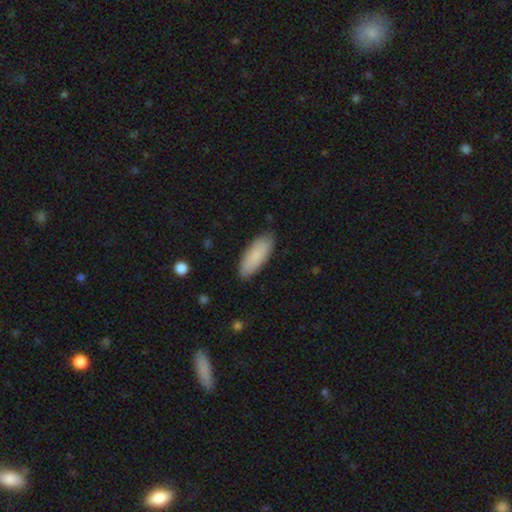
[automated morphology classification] Q: Smooth or featured?
A: smooth (87%); runner-up: featured or disk (7%)
Q: How rounded?
A: in between (73%); runner-up: cigar-shaped (25%)
Q: Merging?
A: none (84%); runner-up: minor disturbance (12%)